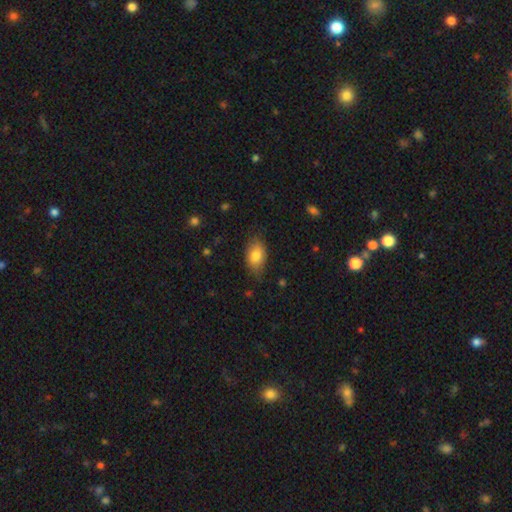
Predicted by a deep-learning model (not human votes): Smooth or featured: smooth — 80% (featured or disk — 12%)
How rounded: in between — 88% (round — 9%)
Merging: none — 73% (minor disturbance — 21%)